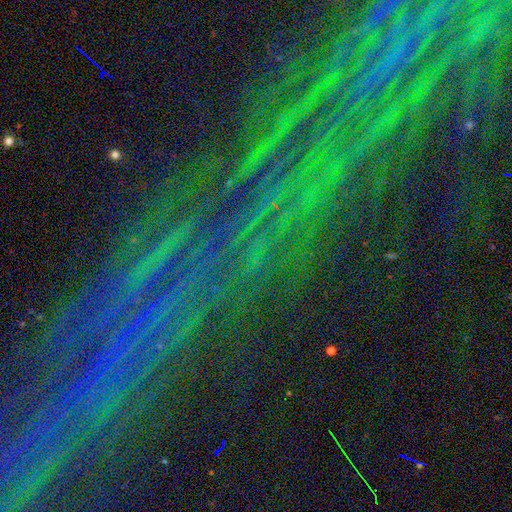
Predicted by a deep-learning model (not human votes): Smooth or featured: star or artifact — 82% (featured or disk — 10%)